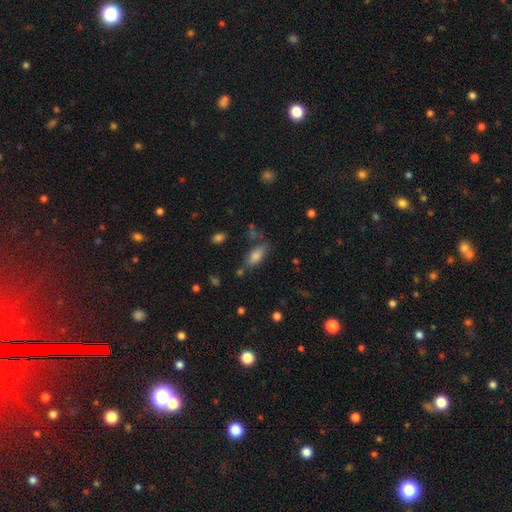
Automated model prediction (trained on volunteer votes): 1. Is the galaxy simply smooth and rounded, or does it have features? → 72% smooth, 18% featured or disk, 9% star or artifact.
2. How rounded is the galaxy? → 75% in between, 22% cigar-shaped, 3% round.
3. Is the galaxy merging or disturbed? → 69% none, 18% minor disturbance, 7% merger, 6% major disturbance.